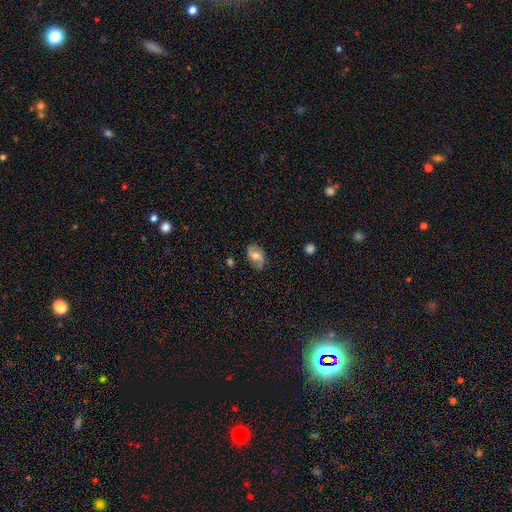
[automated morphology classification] Smooth or featured? Predicted: smooth (p=0.48). Merging? Predicted: none (p=0.76).